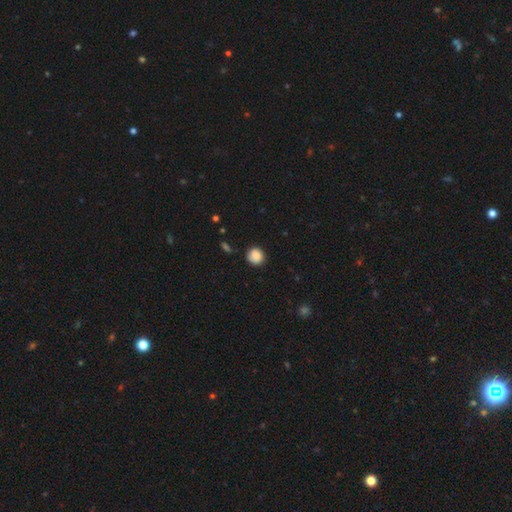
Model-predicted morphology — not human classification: Smooth or featured: smooth — 85% (star or artifact — 9%)
How rounded: round — 90% (in between — 9%)
Merging: none — 85% (minor disturbance — 11%)